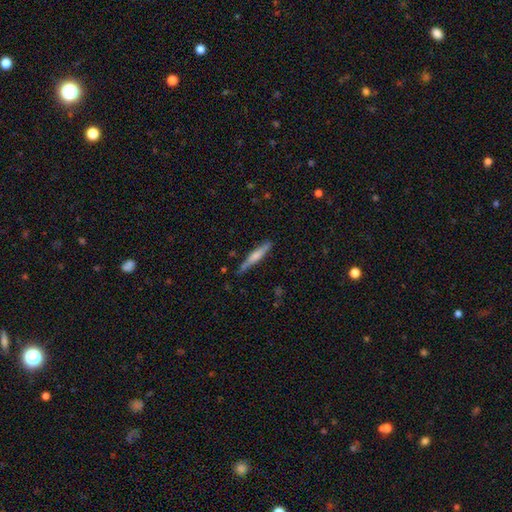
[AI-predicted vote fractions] Smooth or featured: smooth — 58% (featured or disk — 36%)
How rounded: cigar-shaped — 91% (in between — 7%)
Merging: none — 73% (minor disturbance — 20%)